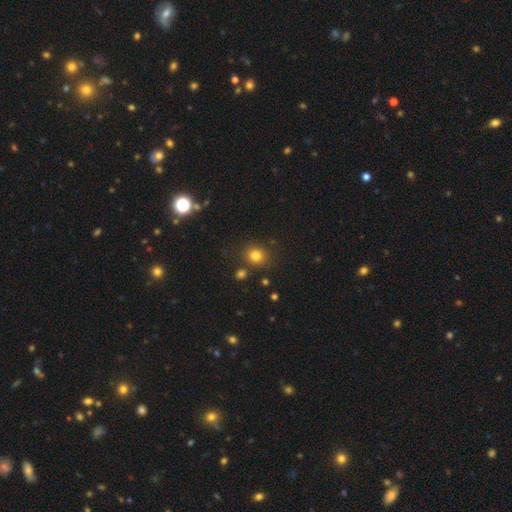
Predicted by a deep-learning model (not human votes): smooth 80%, star or artifact 14%, featured or disk 7%. Down the decision tree: how rounded — round (77%); merging — none (80%).